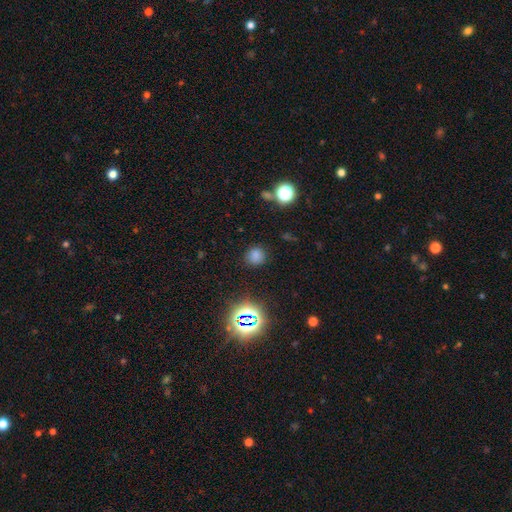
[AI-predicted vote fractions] This is likely a smooth galaxy (72%). How rounded: clearly round (85%). Merging: clearly none (85%).